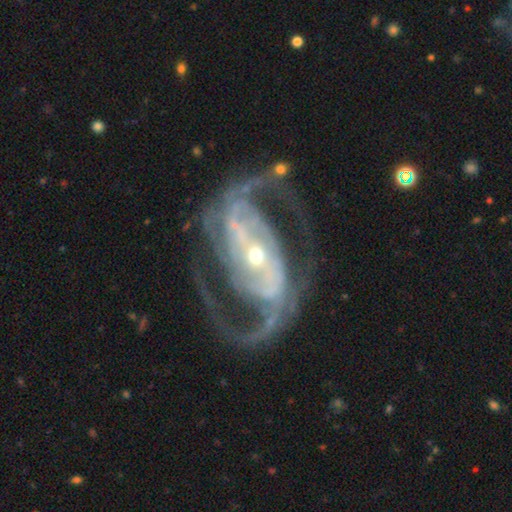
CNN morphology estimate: type=featured or disk (92%); edge-on=no (97%); bar=strong (56%); spiral arms=yes (97%); winding=medium (56%); arm count=2 (84%); bulge=small (65%); merging=none (68%).